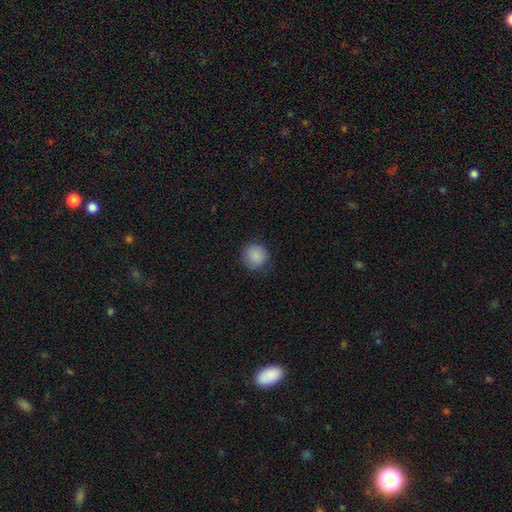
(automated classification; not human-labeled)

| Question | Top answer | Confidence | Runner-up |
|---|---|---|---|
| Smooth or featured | smooth | 88% | star or artifact (8%) |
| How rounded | round | 93% | in between (6%) |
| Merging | none | 86% | minor disturbance (10%) |